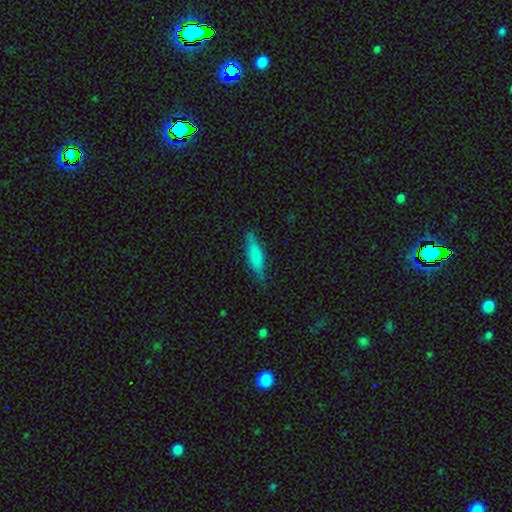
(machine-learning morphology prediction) This appears to be a smooth galaxy with no disk features (73%) that is cigar-shaped (70%). Merging: none (77%).